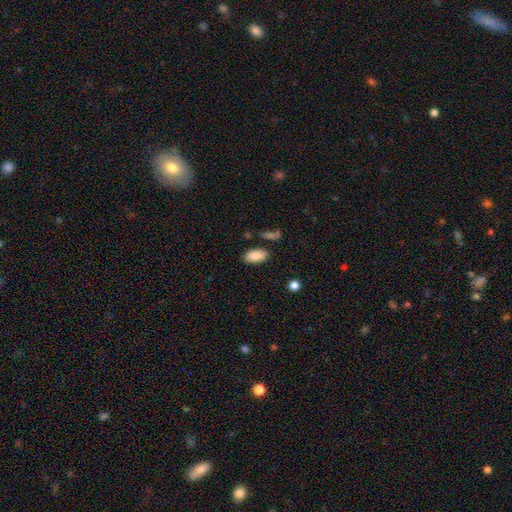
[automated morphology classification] Smooth or featured: smooth — 86% (star or artifact — 7%)
How rounded: in between — 93% (cigar-shaped — 5%)
Merging: none — 81% (minor disturbance — 12%)